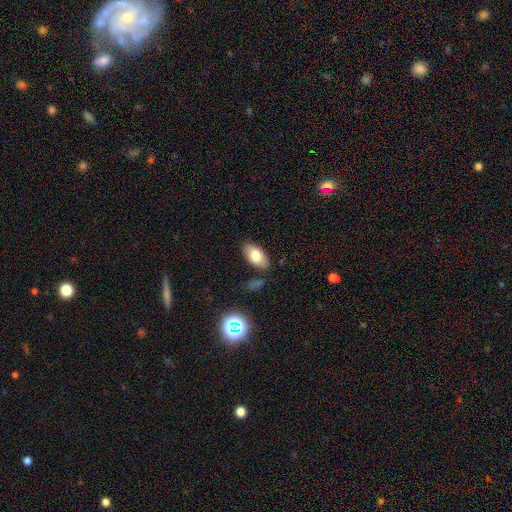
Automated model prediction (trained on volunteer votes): Smooth or featured: smooth — 77% (featured or disk — 15%)
How rounded: in between — 94% (round — 4%)
Merging: none — 82% (minor disturbance — 12%)